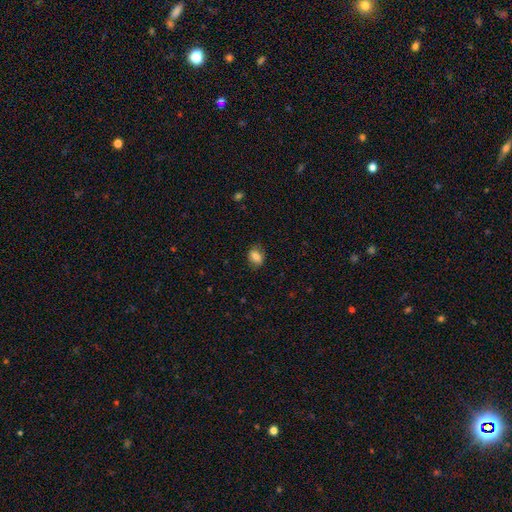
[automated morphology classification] A smooth galaxy with no disk features (79%) that is in between round and cigar-shaped (63%).

Vote fractions:
- Smooth or featured? smooth: 79% / featured or disk: 12% / star or artifact: 9%
- How rounded? in between: 63% / round: 36% / cigar-shaped: 1%
- Merging? none: 80% / minor disturbance: 15% / major disturbance: 4% / merger: 1%